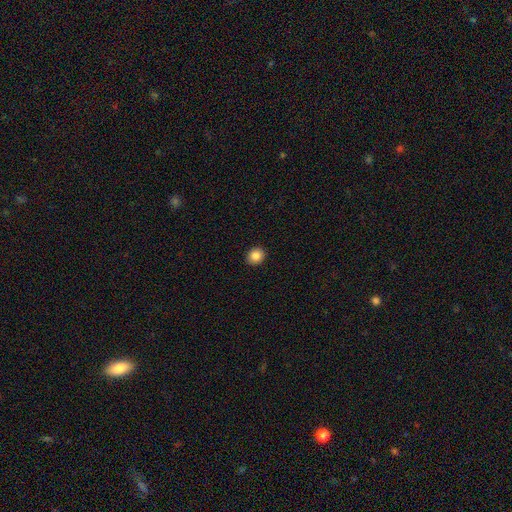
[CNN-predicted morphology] Smooth or featured?
  - smooth: 86% *
  - star or artifact: 10%
  - featured or disk: 5%
How rounded?
  - round: 74% *
  - in between: 25%
  - cigar-shaped: 1%
Merging?
  - none: 92% *
  - minor disturbance: 5%
  - major disturbance: 2%
  - merger: 1%